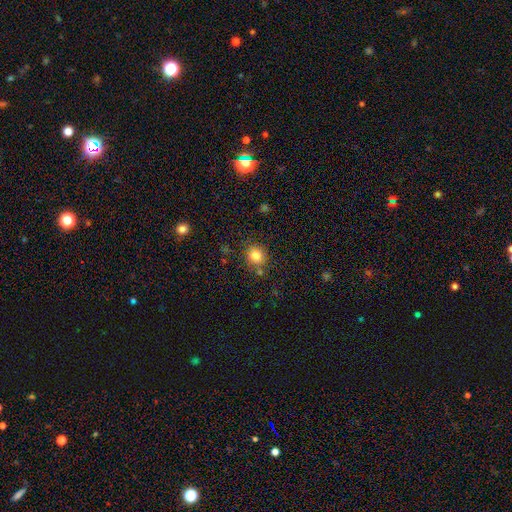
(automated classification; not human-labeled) Q: Smooth or featured?
A: smooth (84%); runner-up: star or artifact (11%)
Q: How rounded?
A: round (80%); runner-up: in between (19%)
Q: Merging?
A: none (78%); runner-up: minor disturbance (12%)